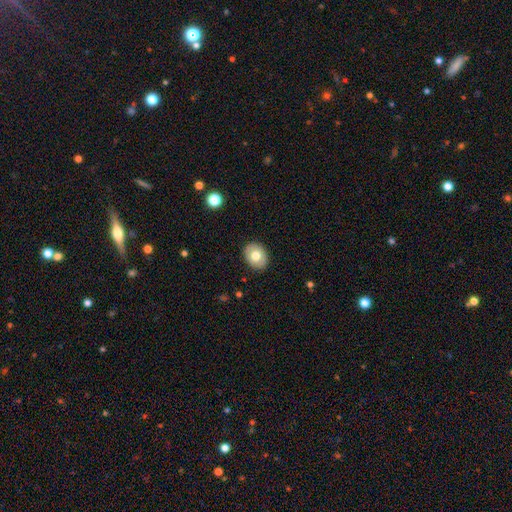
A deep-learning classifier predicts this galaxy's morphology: type=smooth (71%); roundness=in between (57%); merging=none (88%).